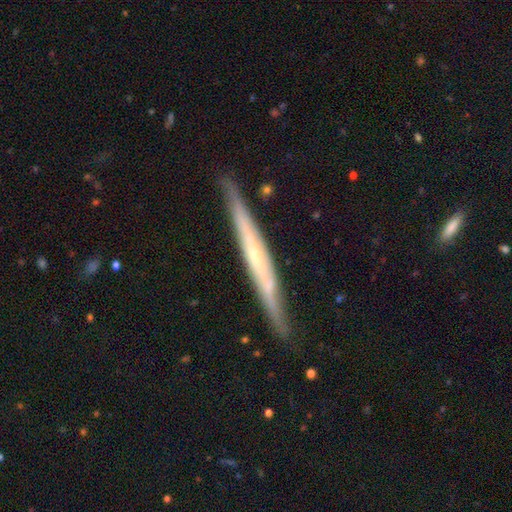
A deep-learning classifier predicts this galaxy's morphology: A featured or disk galaxy (71%) viewed edge-on (94%) with no central bulge (60%). Merging: none (86%).